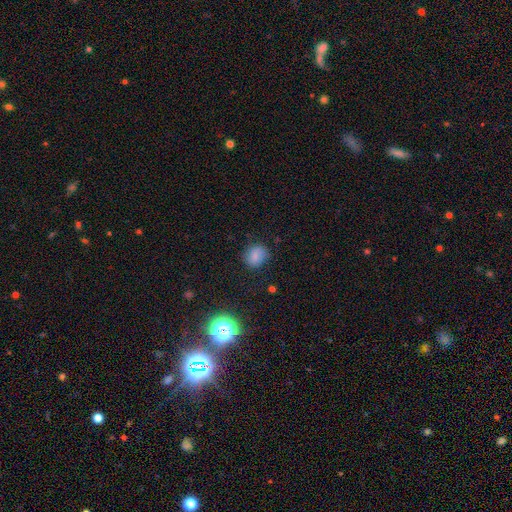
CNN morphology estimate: Q: Smooth or featured?
A: smooth (79%); runner-up: star or artifact (13%)
Q: How rounded?
A: round (60%); runner-up: in between (39%)
Q: Merging?
A: none (77%); runner-up: minor disturbance (17%)